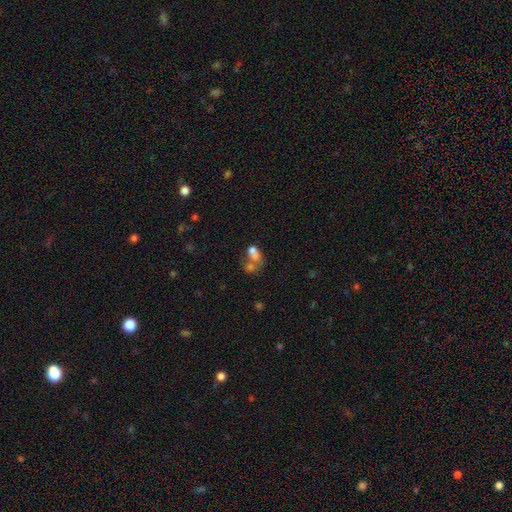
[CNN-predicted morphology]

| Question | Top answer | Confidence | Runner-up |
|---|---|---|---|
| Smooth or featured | smooth | 61% | featured or disk (20%) |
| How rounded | in between | 71% | round (26%) |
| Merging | merger | 58% | none (24%) |